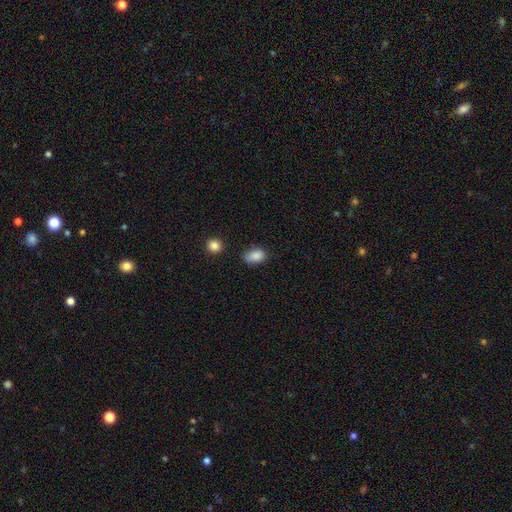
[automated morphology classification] Smooth or featured?
  - smooth: 86% *
  - star or artifact: 9%
  - featured or disk: 5%
How rounded?
  - in between: 81% *
  - round: 17%
  - cigar-shaped: 2%
Merging?
  - none: 61% *
  - minor disturbance: 29%
  - major disturbance: 6%
  - merger: 4%